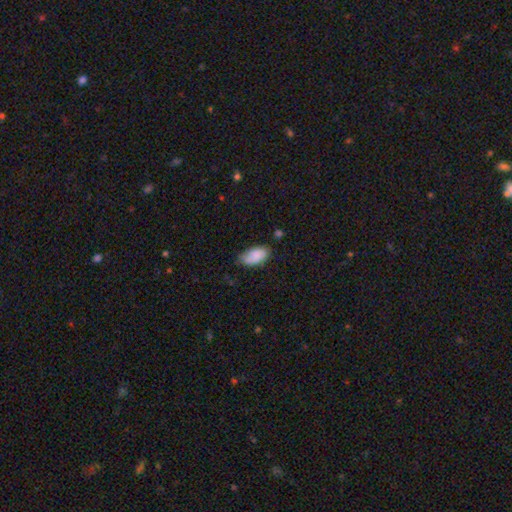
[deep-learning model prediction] Q: Smooth or featured?
A: smooth (85%); runner-up: featured or disk (8%)
Q: How rounded?
A: in between (94%); runner-up: cigar-shaped (3%)
Q: Merging?
A: none (60%); runner-up: minor disturbance (32%)